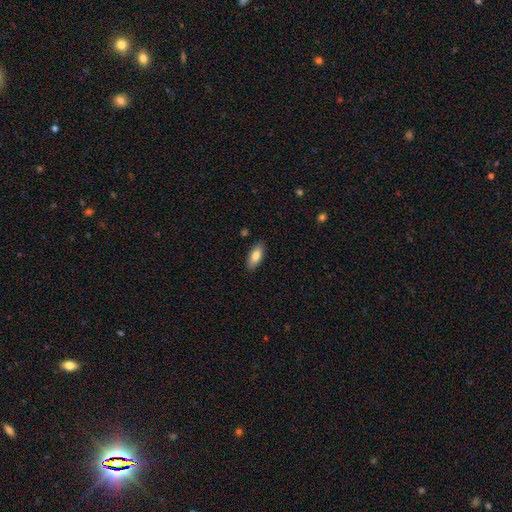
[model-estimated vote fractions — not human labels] This is clearly a smooth galaxy (81%). How rounded: likely in between (79%). Merging: clearly none (87%).